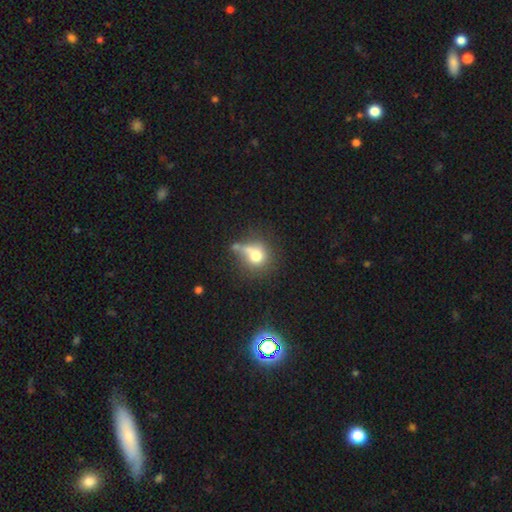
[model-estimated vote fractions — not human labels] A smooth galaxy with no disk features (72%) that is round (82%). Merging: none (43%).